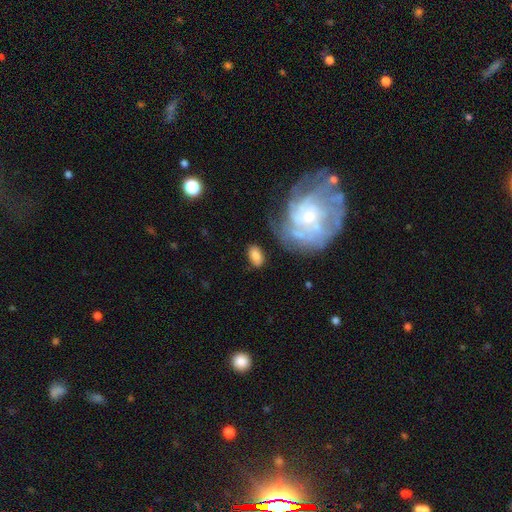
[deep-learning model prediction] This is likely a smooth galaxy (74%). How rounded: clearly in between (90%). Merging: likely none (73%).